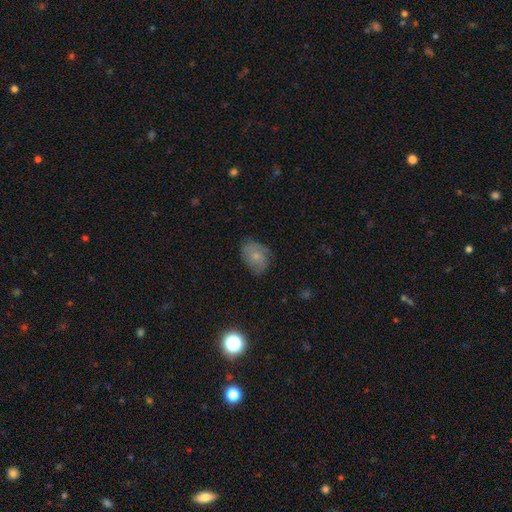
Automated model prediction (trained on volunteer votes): Smooth or featured? smooth (70%)
How rounded? in between (71%)
Merging? none (68%)